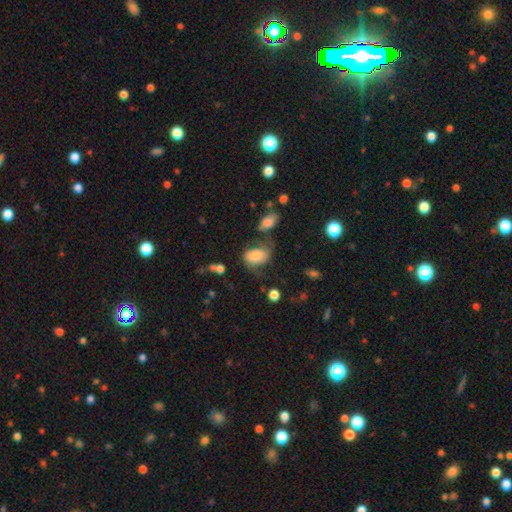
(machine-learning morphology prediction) Smooth or featured: smooth — 64% (featured or disk — 27%)
How rounded: in between — 85% (round — 14%)
Merging: none — 36% (minor disturbance — 27%)